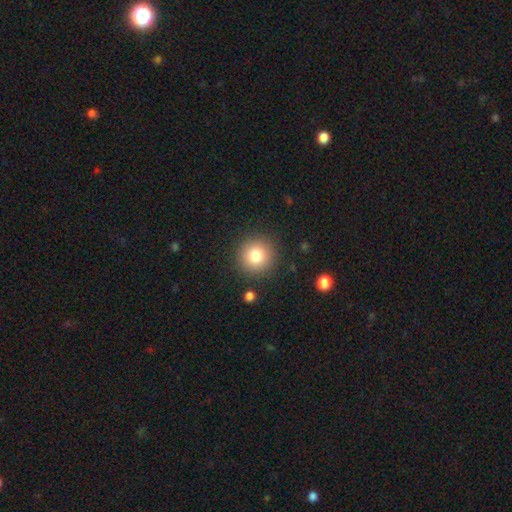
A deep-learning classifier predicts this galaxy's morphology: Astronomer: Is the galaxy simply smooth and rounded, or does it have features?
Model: smooth — 81%.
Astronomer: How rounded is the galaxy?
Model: round — 94%.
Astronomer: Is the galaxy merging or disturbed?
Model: none — 89%.